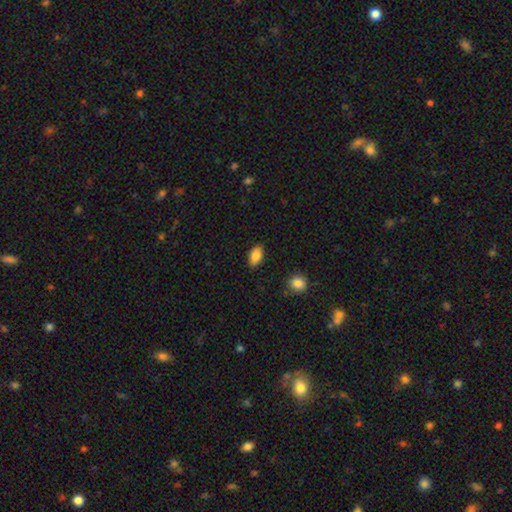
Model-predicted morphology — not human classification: smooth 84%, featured or disk 8%, star or artifact 8%. Down the decision tree: how rounded — in between (91%); merging — none (86%).